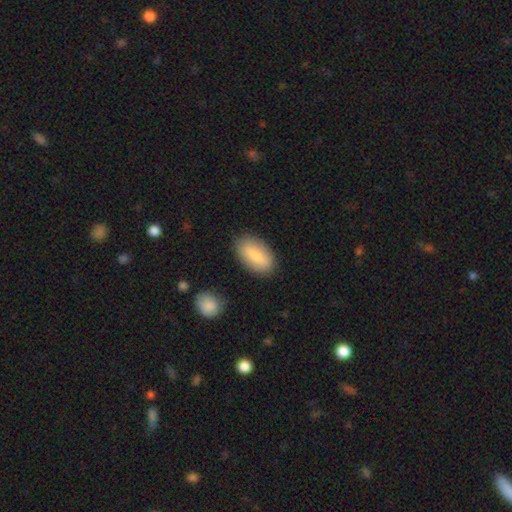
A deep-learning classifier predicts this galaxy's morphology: This is likely a smooth galaxy (74%). How rounded: clearly in between (92%). Merging: clearly none (85%).